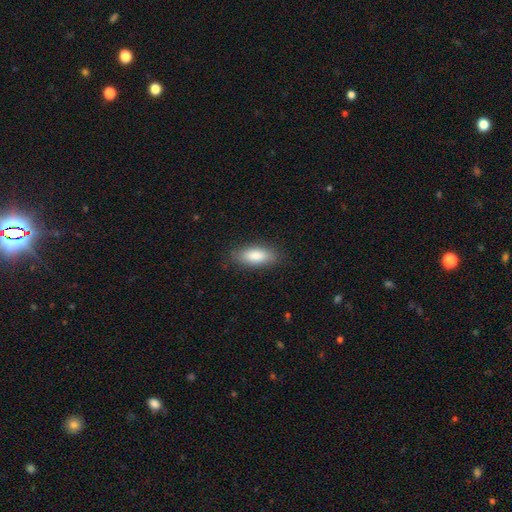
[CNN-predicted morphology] type=smooth (87%); roundness=in between (82%); merging=none (84%).